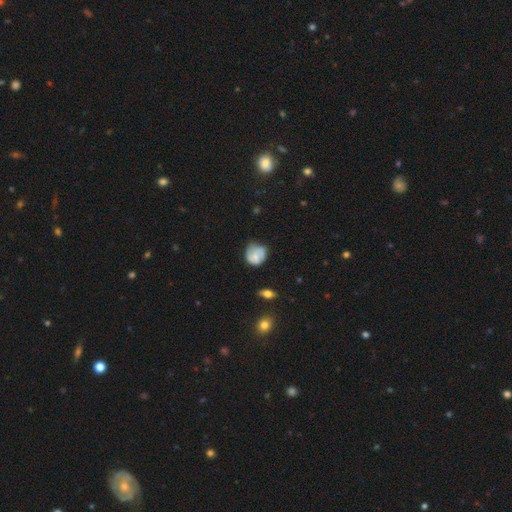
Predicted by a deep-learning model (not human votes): A smooth galaxy with no disk features (60%) that is round (73%). Merging: none (46%).